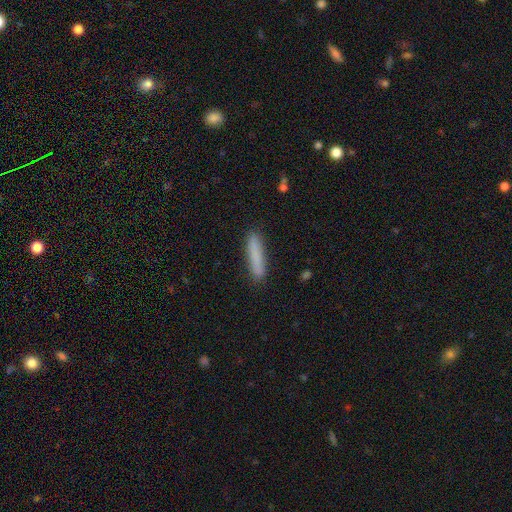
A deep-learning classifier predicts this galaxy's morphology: Q: Smooth or featured?
A: smooth (83%); runner-up: featured or disk (10%)
Q: How rounded?
A: cigar-shaped (89%); runner-up: in between (10%)
Q: Merging?
A: none (89%); runner-up: minor disturbance (8%)